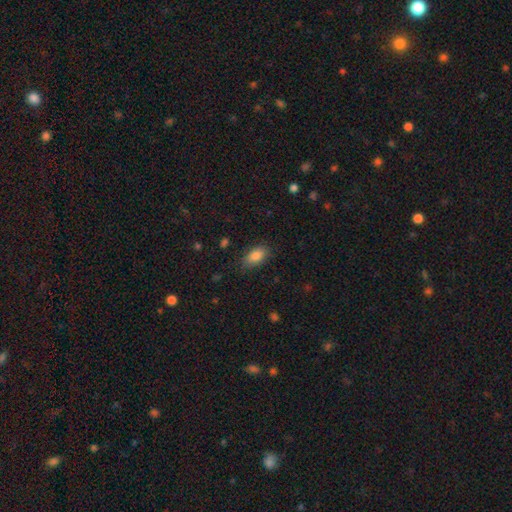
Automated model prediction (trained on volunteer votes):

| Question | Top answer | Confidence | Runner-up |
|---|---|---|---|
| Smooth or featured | smooth | 86% | star or artifact (8%) |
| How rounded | in between | 92% | round (5%) |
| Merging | none | 83% | minor disturbance (13%) |